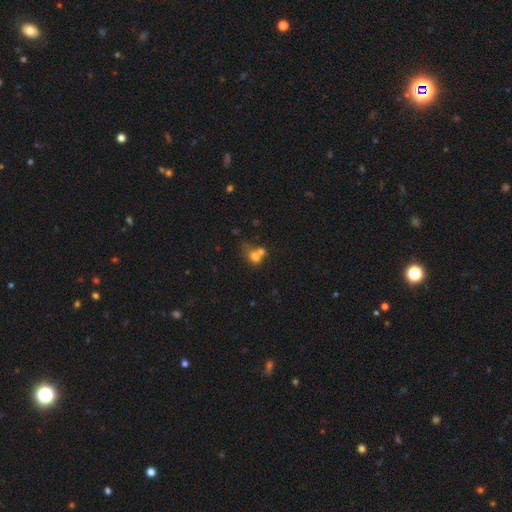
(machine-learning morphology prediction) This appears to be a smooth galaxy with no disk features (68%) that is round (58%). Merging: merger (57%).